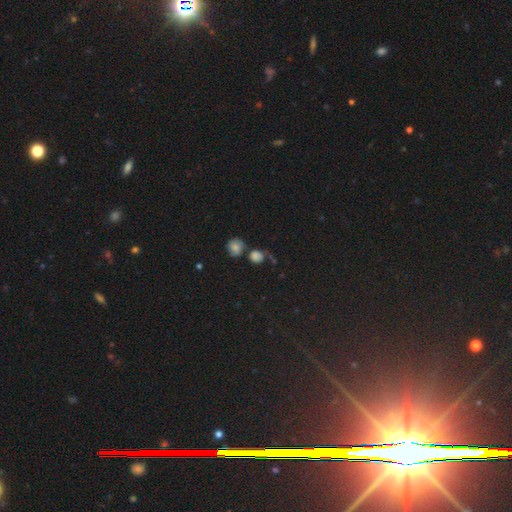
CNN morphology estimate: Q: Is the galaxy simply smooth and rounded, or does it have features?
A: smooth — 72%.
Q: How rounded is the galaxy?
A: round — 86%.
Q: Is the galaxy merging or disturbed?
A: none — 53%.